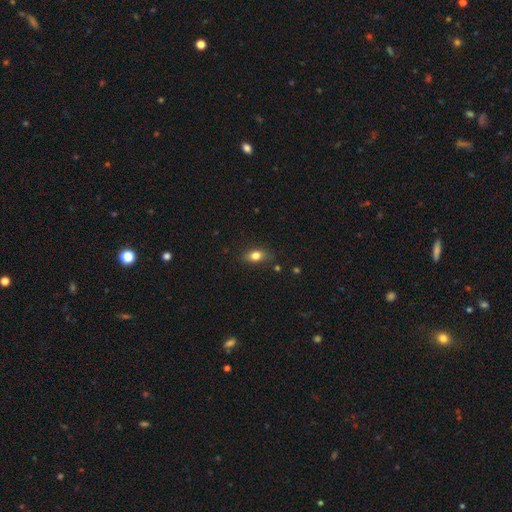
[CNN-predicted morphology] Smooth or featured? Predicted: smooth (p=0.79). How rounded? Predicted: in between (p=0.77). Merging? Predicted: none (p=0.79).